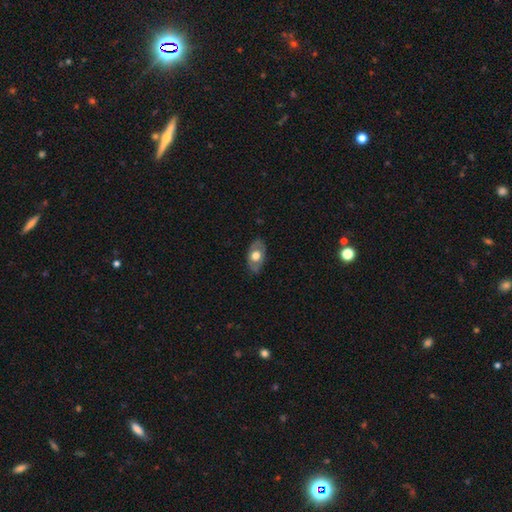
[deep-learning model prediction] smooth-or-featured: smooth: 51% | featured or disk: 43% | star or artifact: 6%
  how-rounded: in between: 88% | round: 10% | cigar-shaped: 2%
  merging: none: 78% | minor disturbance: 18% | major disturbance: 4% | merger: 1%